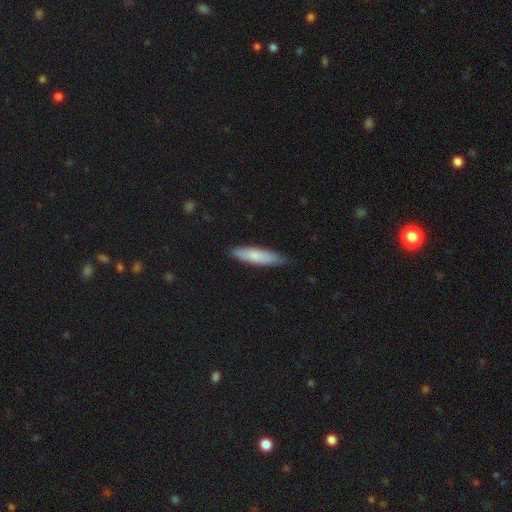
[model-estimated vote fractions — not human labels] Q: Smooth or featured?
A: smooth (78%); runner-up: featured or disk (17%)
Q: How rounded?
A: cigar-shaped (70%); runner-up: in between (28%)
Q: Merging?
A: none (79%); runner-up: minor disturbance (18%)